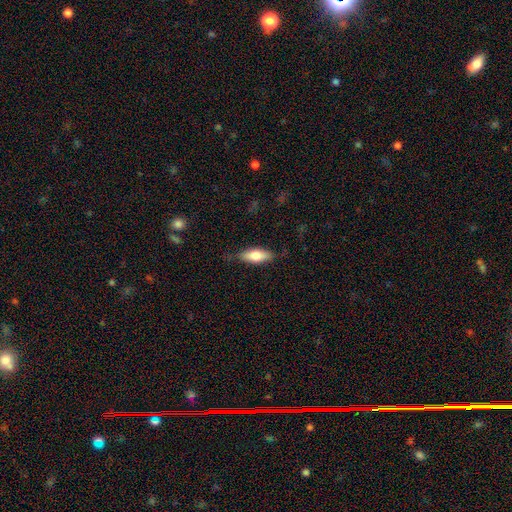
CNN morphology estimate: A smooth galaxy with no disk features (70%) that is in between round and cigar-shaped (73%). Merging: none (79%).